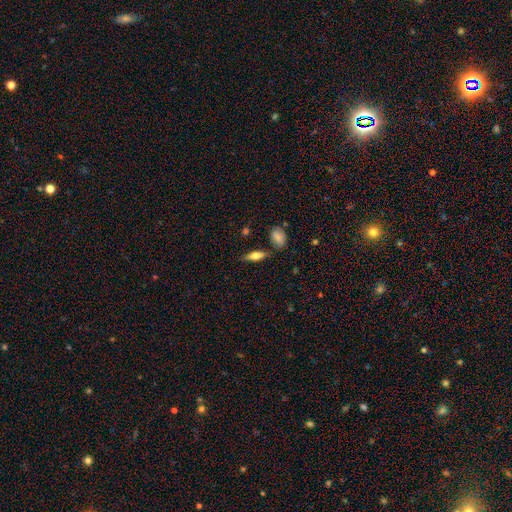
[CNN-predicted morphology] A smooth galaxy with no disk features (61%) that is in between round and cigar-shaped (55%).

Vote fractions:
- Smooth or featured? smooth: 61% / featured or disk: 33% / star or artifact: 7%
- How rounded? in between: 55% / cigar-shaped: 42% / round: 3%
- Merging? none: 80% / minor disturbance: 12% / merger: 5% / major disturbance: 3%